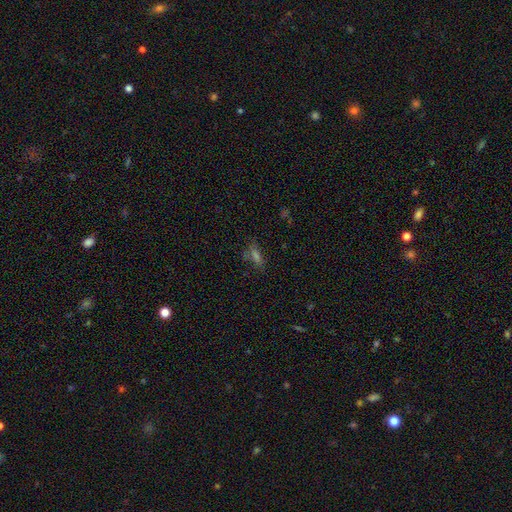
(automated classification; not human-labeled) Q: Smooth or featured?
A: smooth (44%); runner-up: star or artifact (37%)
Q: Merging?
A: none (68%); runner-up: minor disturbance (17%)